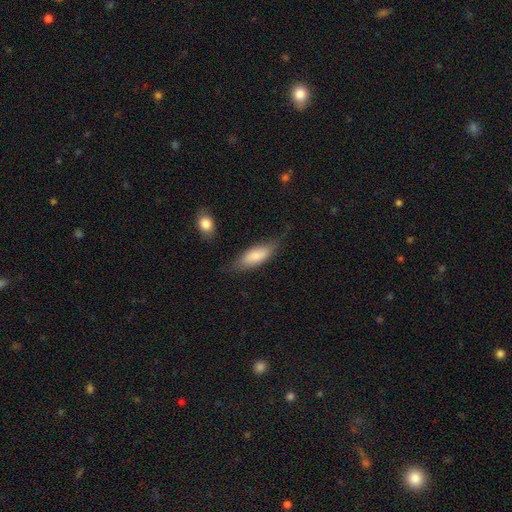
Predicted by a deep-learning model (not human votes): Morphology: type=smooth (78%); roundness=in between (73%); merging=none (63%).